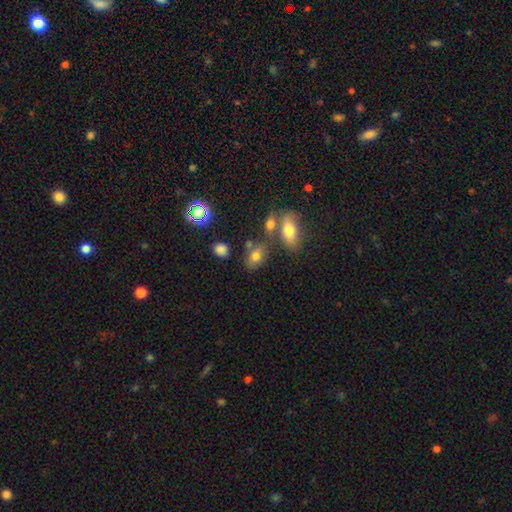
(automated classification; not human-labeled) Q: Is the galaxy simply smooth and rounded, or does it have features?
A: smooth — 74%.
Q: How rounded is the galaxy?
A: in between — 85%.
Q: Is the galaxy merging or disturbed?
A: none — 60%.